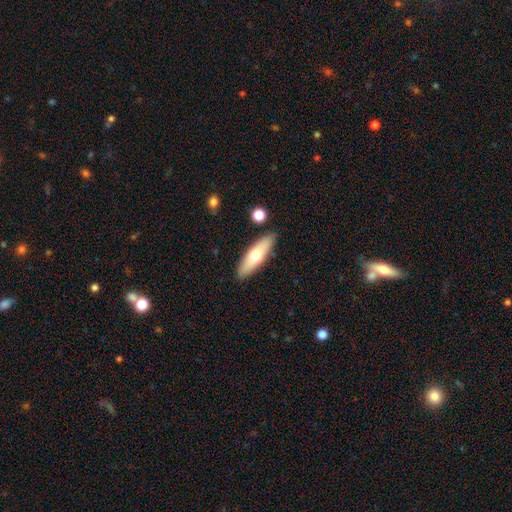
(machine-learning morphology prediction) A smooth galaxy with no disk features (60%) that is cigar-shaped (53%).

Vote fractions:
- Smooth or featured? smooth: 60% / featured or disk: 34% / star or artifact: 6%
- How rounded? cigar-shaped: 53% / in between: 44% / round: 2%
- Merging? none: 87% / minor disturbance: 9% / merger: 3% / major disturbance: 2%